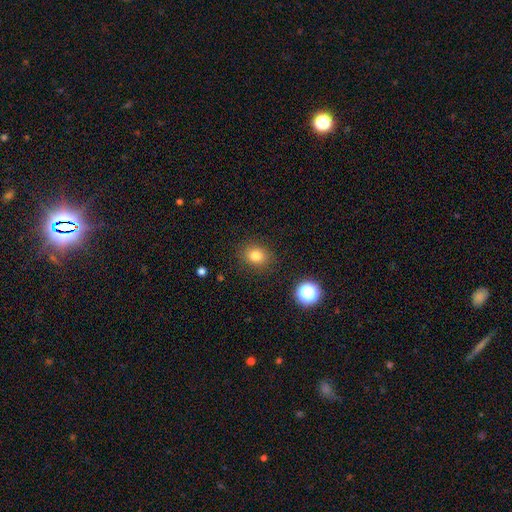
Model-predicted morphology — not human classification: The model was most divided on "how rounded": round: 59%, in between: 41%, cigar-shaped: 1%. More confident: merging — none (86%); smooth or featured — smooth (81%).